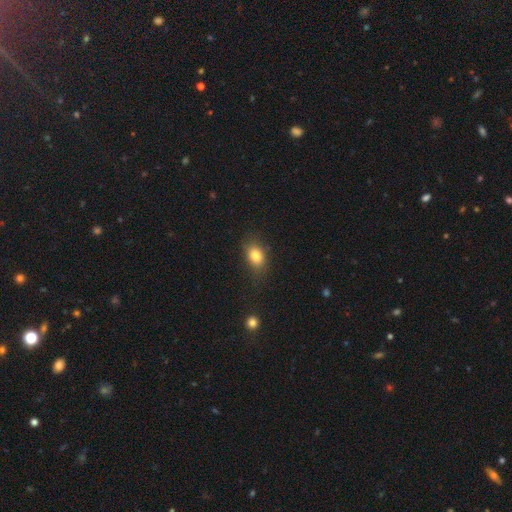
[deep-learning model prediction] smooth-or-featured: smooth: 80% | star or artifact: 10% | featured or disk: 9%
  how-rounded: in between: 73% | round: 25% | cigar-shaped: 2%
  merging: none: 74% | minor disturbance: 18% | major disturbance: 6% | merger: 2%